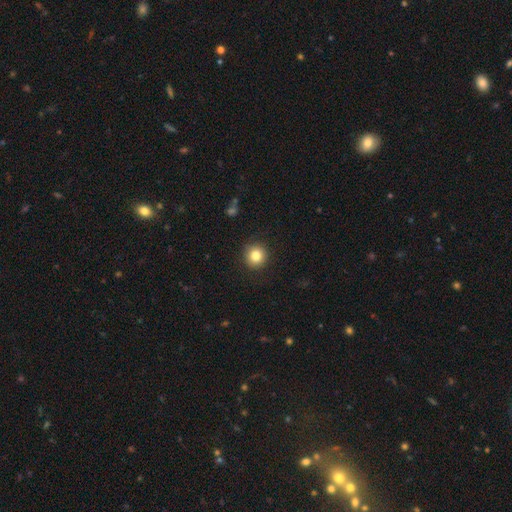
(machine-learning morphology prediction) Smooth or featured? smooth (82%)
How rounded? round (95%)
Merging? none (92%)